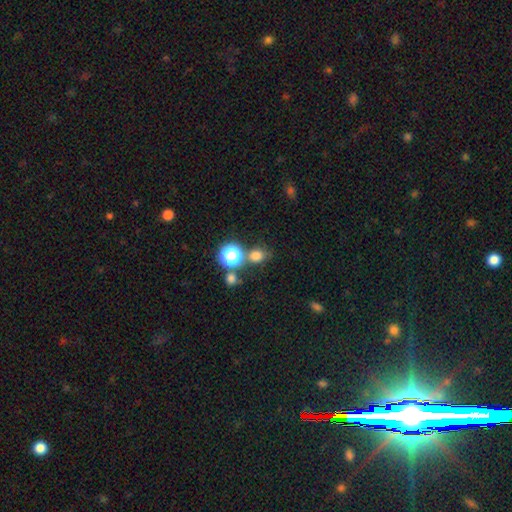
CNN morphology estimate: smooth_or_featured: smooth (p=0.73) [alt: star or artifact p=0.21]
how_rounded: round (p=0.65) [alt: in between p=0.33]
merging: none (p=0.65) [alt: merger p=0.18]